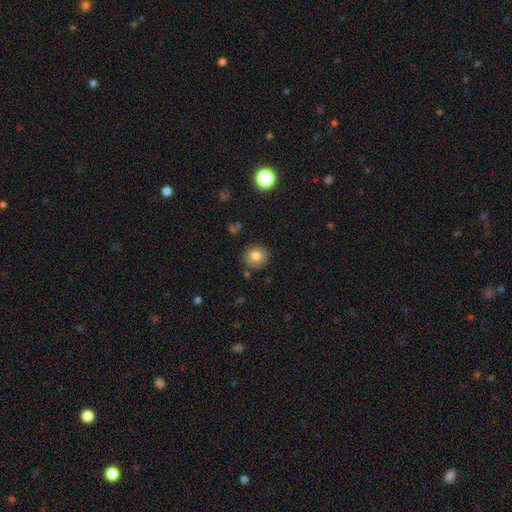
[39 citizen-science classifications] smooth_or_featured: smooth (p=0.87) [alt: star or artifact p=0.10]
how_rounded: round (p=0.85) [alt: in between p=0.15]
merging: none (p=0.91) [alt: minor disturbance p=0.09]